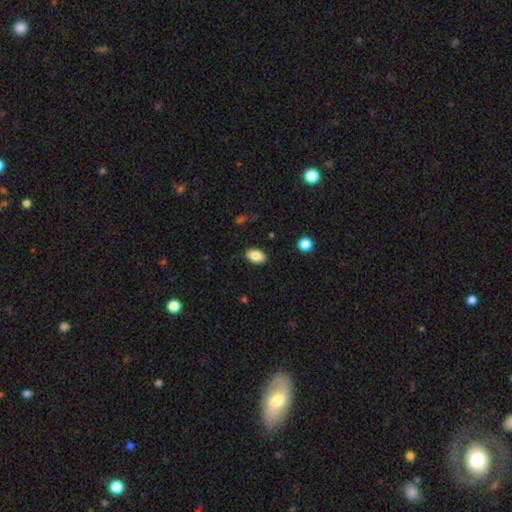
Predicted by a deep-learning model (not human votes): Smooth or featured?
  - smooth: 84% *
  - star or artifact: 8%
  - featured or disk: 8%
How rounded?
  - in between: 91% *
  - round: 7%
  - cigar-shaped: 2%
Merging?
  - none: 88% *
  - minor disturbance: 9%
  - major disturbance: 2%
  - merger: 1%